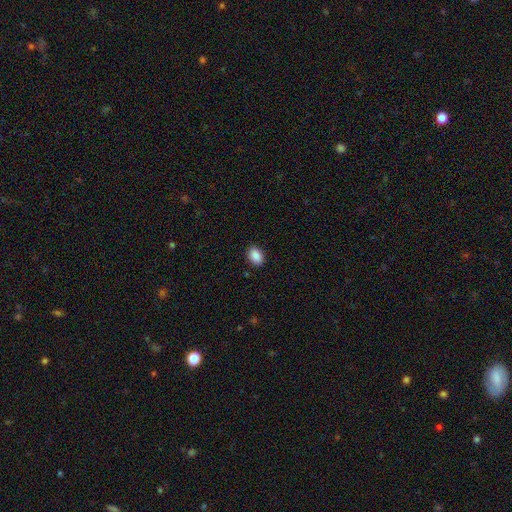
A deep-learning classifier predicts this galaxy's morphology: Smooth or featured? Predicted: smooth (p=0.89). How rounded? Predicted: in between (p=0.81). Merging? Predicted: none (p=0.89).